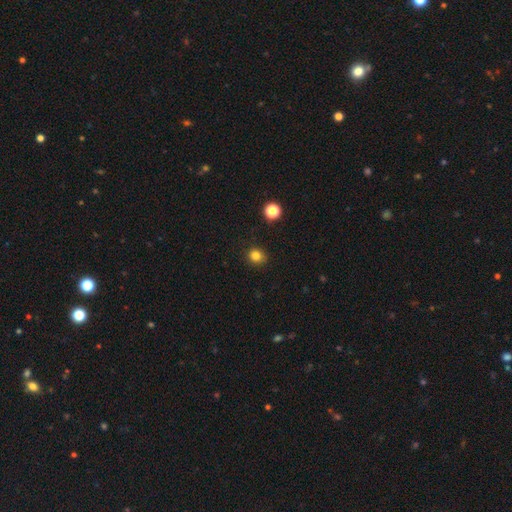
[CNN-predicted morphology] type=smooth (82%); roundness=round (79%); merging=none (89%).